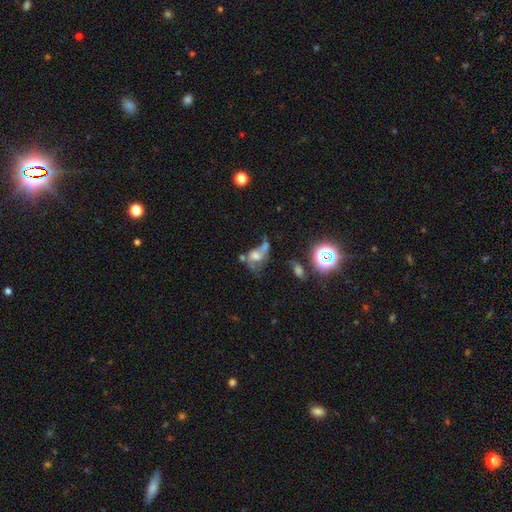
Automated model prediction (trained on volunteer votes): Overall: featured or disk (48%; smooth 33%). Merging: major disturbance (33%; merger 32%).